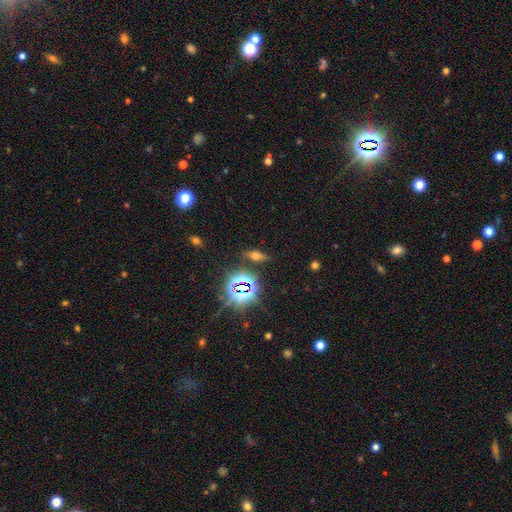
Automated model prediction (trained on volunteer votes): A smooth galaxy with no disk features (43%).

Vote fractions:
- Smooth or featured? smooth: 43% / star or artifact: 34% / featured or disk: 23%
- Merging? none: 82% / minor disturbance: 11% / major disturbance: 4% / merger: 3%